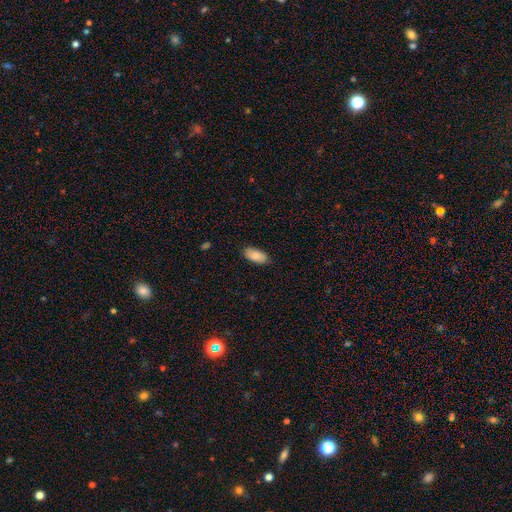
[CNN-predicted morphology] Q: Smooth or featured?
A: smooth (86%); runner-up: featured or disk (8%)
Q: How rounded?
A: in between (92%); runner-up: cigar-shaped (6%)
Q: Merging?
A: none (87%); runner-up: minor disturbance (10%)